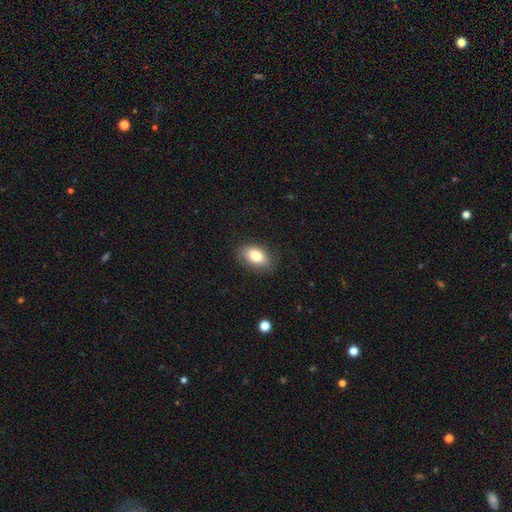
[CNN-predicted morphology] smooth 81%, featured or disk 11%, star or artifact 8%. Down the decision tree: how rounded — in between (89%); merging — none (82%).